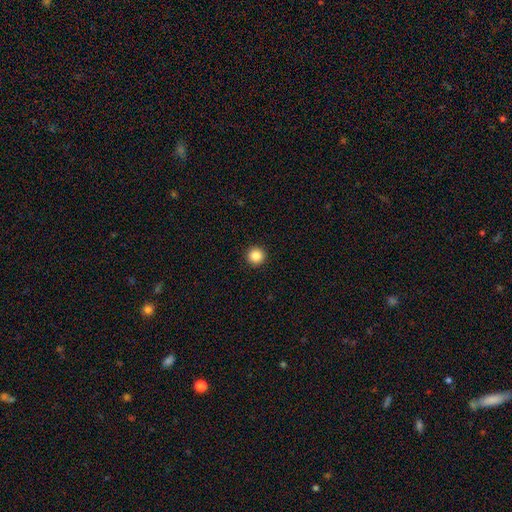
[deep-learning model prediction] Smooth or featured? smooth (86%)
How rounded? round (96%)
Merging? none (94%)